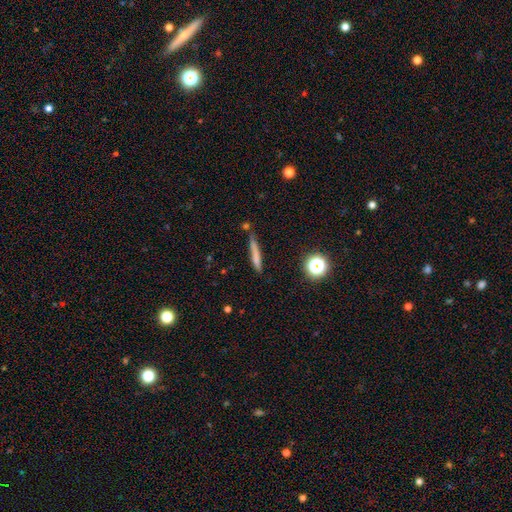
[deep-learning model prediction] Smooth or featured: smooth — 69% (featured or disk — 20%)
How rounded: cigar-shaped — 92% (in between — 6%)
Merging: none — 70% (minor disturbance — 19%)